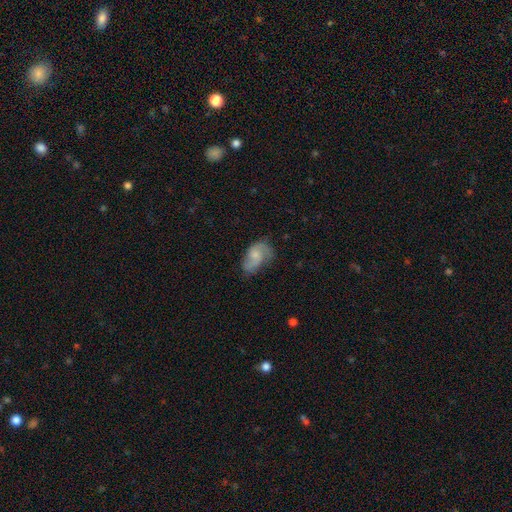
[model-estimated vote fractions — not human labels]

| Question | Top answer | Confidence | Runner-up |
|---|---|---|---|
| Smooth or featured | featured or disk | 57% | smooth (35%) |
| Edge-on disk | no | 97% | yes (3%) |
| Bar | no | 63% | weak (32%) |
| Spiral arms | yes | 88% | no (12%) |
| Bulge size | small | 43% | moderate (33%) |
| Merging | none | 53% | minor disturbance (28%) |